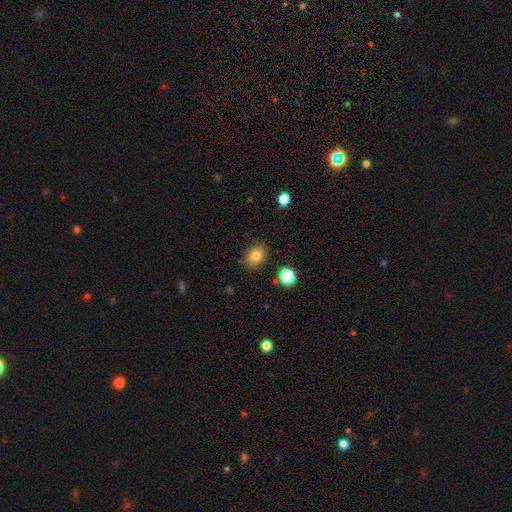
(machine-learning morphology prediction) This appears to be a smooth galaxy with no disk features (80%) that is in between round and cigar-shaped (63%). Merging: none (86%).